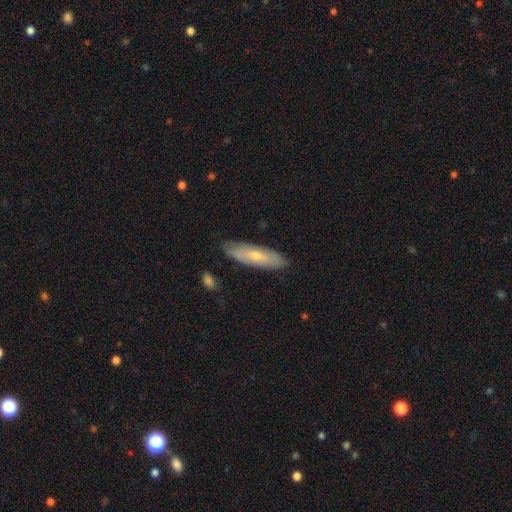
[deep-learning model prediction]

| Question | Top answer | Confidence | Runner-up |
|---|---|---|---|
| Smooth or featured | featured or disk | 47% | tied: smooth (47%) |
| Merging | none | 82% | minor disturbance (14%) |